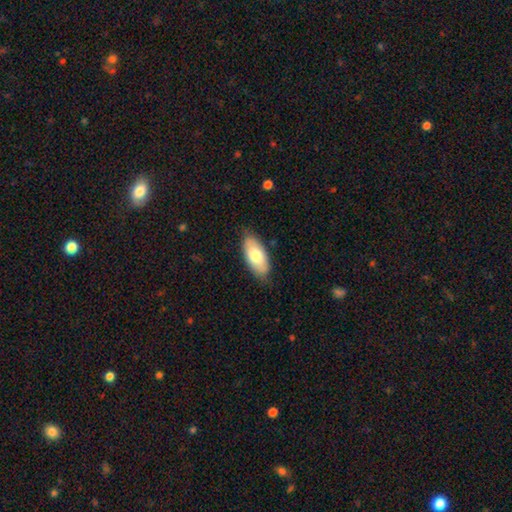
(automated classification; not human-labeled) A smooth galaxy with no disk features (73%) that is in between round and cigar-shaped (91%). Merging: none (82%).